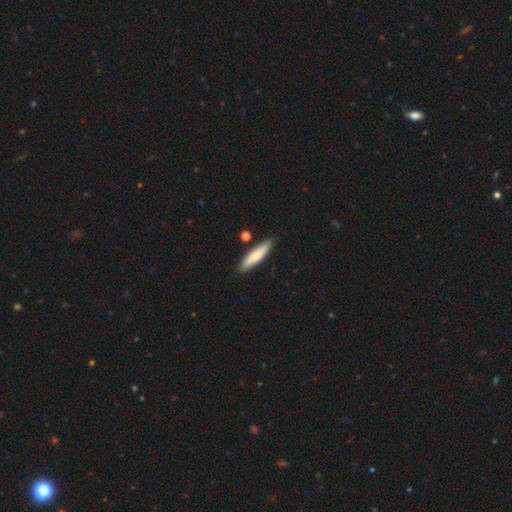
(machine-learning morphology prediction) Smooth or featured?
  - smooth: 72% *
  - featured or disk: 22%
  - star or artifact: 5%
How rounded?
  - cigar-shaped: 78% *
  - in between: 20%
  - round: 2%
Merging?
  - none: 86% *
  - minor disturbance: 9%
  - merger: 3%
  - major disturbance: 2%